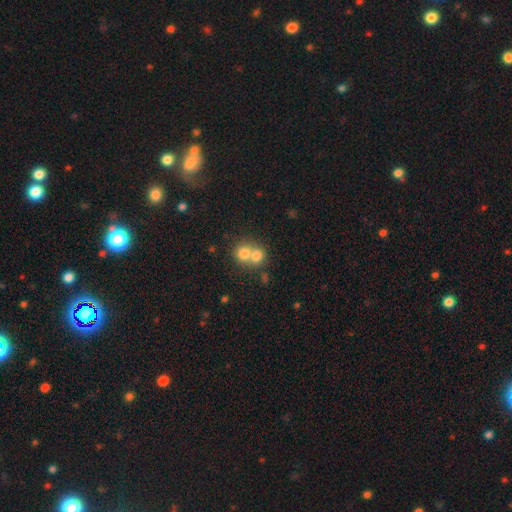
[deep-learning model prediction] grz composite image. It shows a smooth galaxy with no disk features (74%) that is round (78%). Merging: merger (64%).